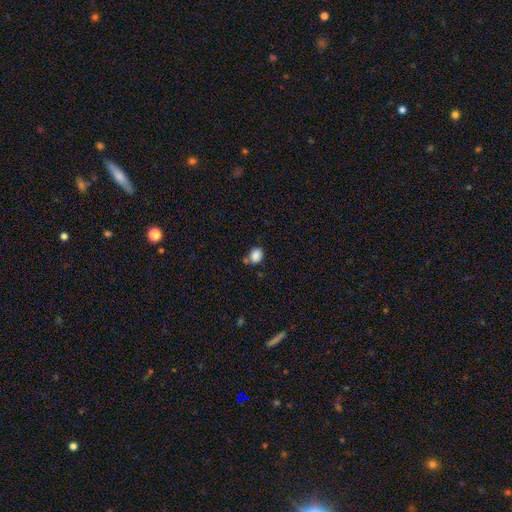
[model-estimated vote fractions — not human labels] Q: Smooth or featured?
A: smooth (86%); runner-up: star or artifact (9%)
Q: How rounded?
A: round (52%); runner-up: in between (48%)
Q: Merging?
A: none (64%); runner-up: minor disturbance (16%)